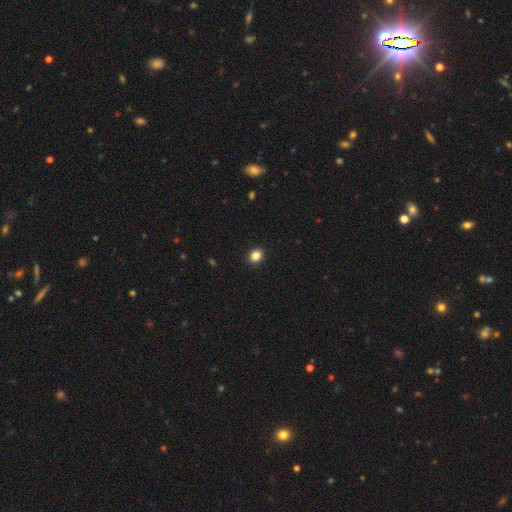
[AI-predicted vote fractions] Smooth or featured?
  - smooth: 85% *
  - star or artifact: 11%
  - featured or disk: 4%
How rounded?
  - round: 61% *
  - in between: 39%
  - cigar-shaped: 1%
Merging?
  - none: 92% *
  - minor disturbance: 6%
  - major disturbance: 2%
  - merger: 1%